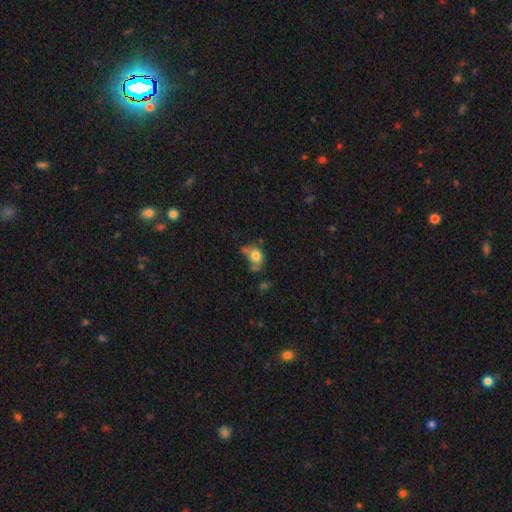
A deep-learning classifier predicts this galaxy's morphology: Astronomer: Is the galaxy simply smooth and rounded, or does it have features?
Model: smooth — 73%.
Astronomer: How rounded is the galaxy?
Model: in between — 53% (runner-up: round, 46%).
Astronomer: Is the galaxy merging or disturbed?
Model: none — 31% (runner-up: minor disturbance, 29%).